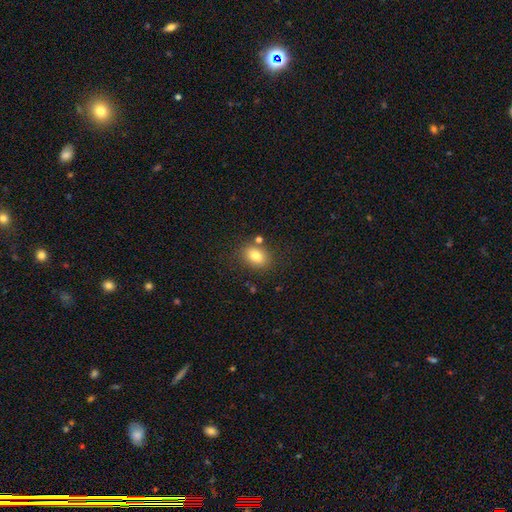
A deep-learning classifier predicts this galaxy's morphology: Smooth or featured? Predicted: smooth (p=0.80). How rounded? Predicted: in between (p=0.71). Merging? Predicted: none (p=0.78).